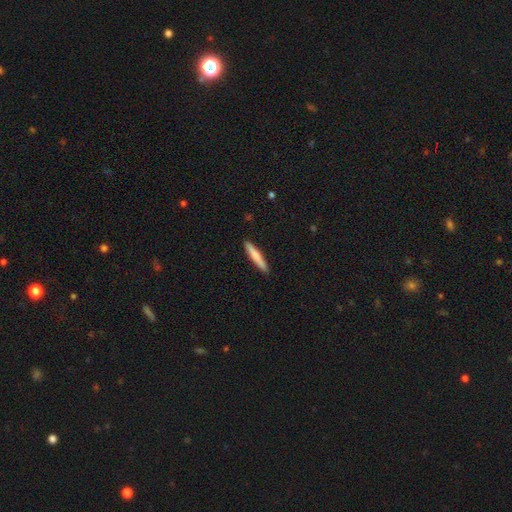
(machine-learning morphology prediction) smooth 72%, featured or disk 23%, star or artifact 5%. Down the decision tree: how rounded — cigar-shaped (94%); merging — none (91%).